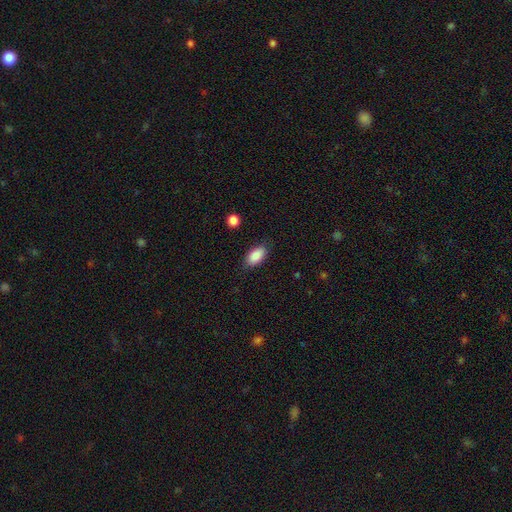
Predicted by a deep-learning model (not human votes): smooth 88%, star or artifact 7%, featured or disk 5%. Down the decision tree: how rounded — in between (92%); merging — none (83%).